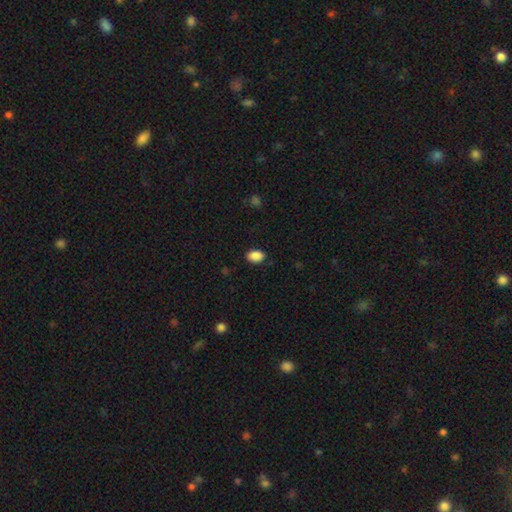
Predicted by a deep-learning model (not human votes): smooth_or_featured: smooth (p=0.89) [alt: star or artifact p=0.08]
how_rounded: in between (p=0.87) [alt: round p=0.12]
merging: none (p=0.85) [alt: minor disturbance p=0.12]